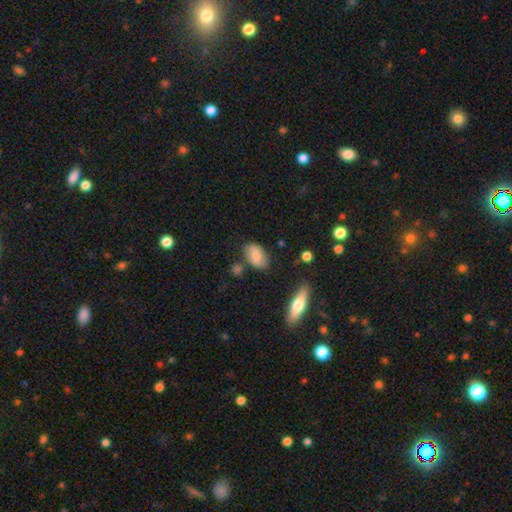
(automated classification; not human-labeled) The model was most divided on "merging": none: 72%, minor disturbance: 18%, merger: 6%, major disturbance: 4%. More confident: how rounded — in between (92%); smooth or featured — smooth (81%).